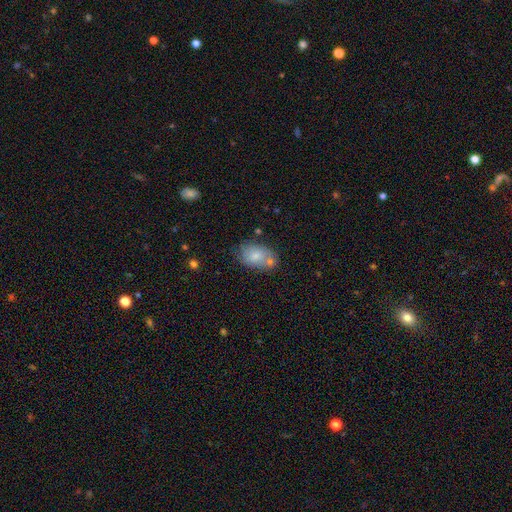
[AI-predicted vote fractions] A smooth galaxy with no disk features (76%) that is in between round and cigar-shaped (86%).

Vote fractions:
- Smooth or featured? smooth: 76% / featured or disk: 17% / star or artifact: 7%
- How rounded? in between: 86% / round: 12% / cigar-shaped: 1%
- Merging? none: 53% / merger: 21% / minor disturbance: 20% / major disturbance: 6%